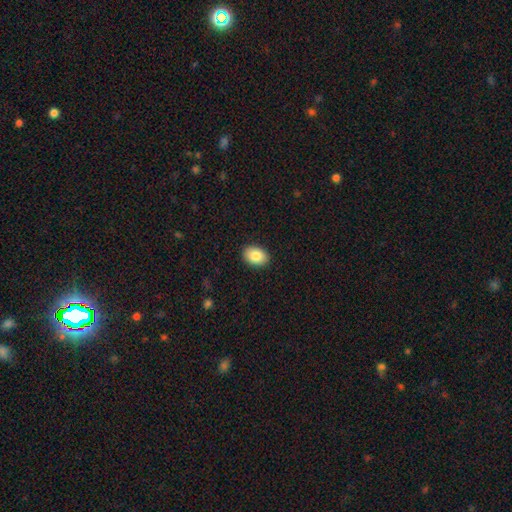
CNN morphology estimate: type=smooth (87%); roundness=in between (80%); merging=none (90%).